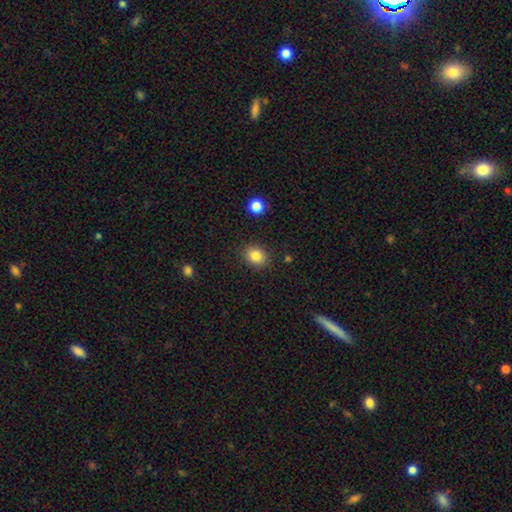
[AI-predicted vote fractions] Smooth or featured? smooth (85%)
How rounded? round (58%)
Merging? none (86%)